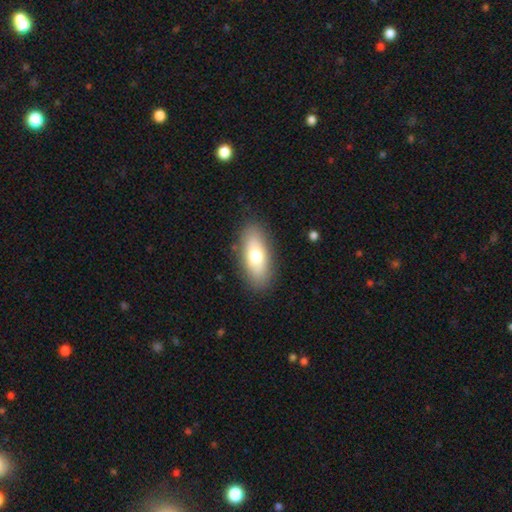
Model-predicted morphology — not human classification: The model was most divided on "smooth or featured": smooth: 70%, featured or disk: 23%, star or artifact: 7%. More confident: merging — none (86%); how rounded — in between (80%).